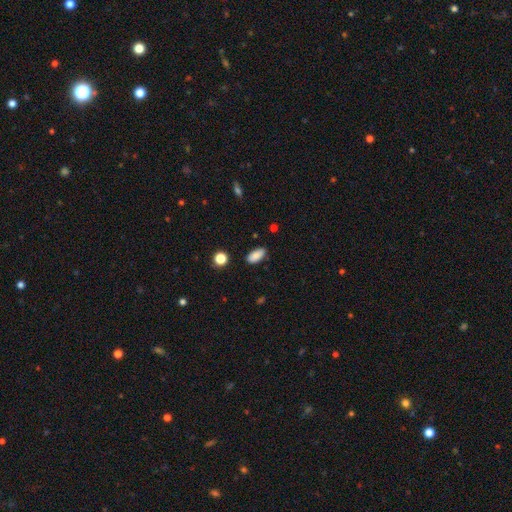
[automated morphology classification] Smooth or featured? smooth (86%)
How rounded? in between (90%)
Merging? none (84%)